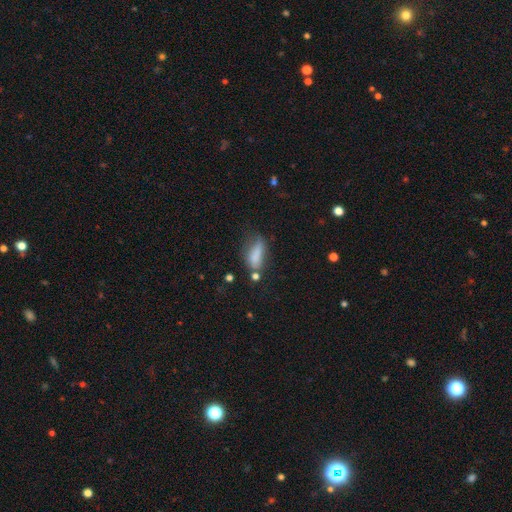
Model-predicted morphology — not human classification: smooth-or-featured: smooth: 74% | featured or disk: 15% | star or artifact: 10%
  how-rounded: in between: 74% | cigar-shaped: 22% | round: 4%
  merging: none: 36% | minor disturbance: 30% | major disturbance: 23% | merger: 11%